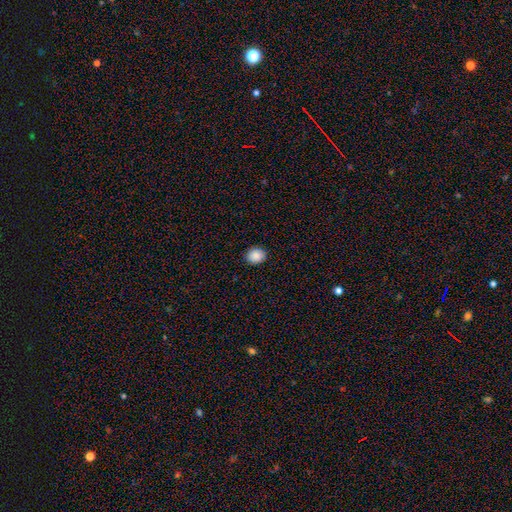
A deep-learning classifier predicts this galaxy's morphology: smooth-or-featured: smooth: 88% | star or artifact: 8% | featured or disk: 3%
  how-rounded: round: 66% | in between: 33% | cigar-shaped: 1%
  merging: none: 91% | minor disturbance: 6% | major disturbance: 2% | merger: 1%